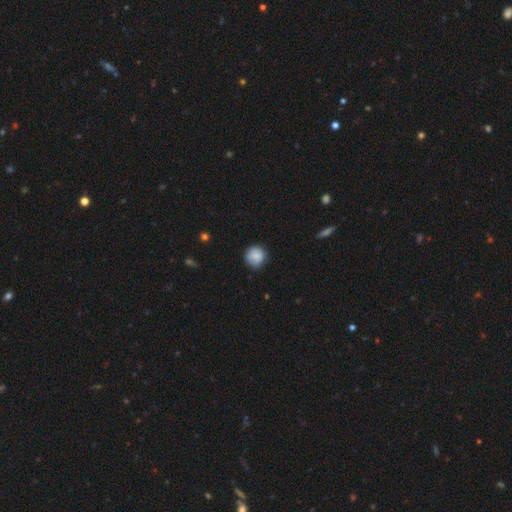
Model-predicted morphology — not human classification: type=smooth (81%); roundness=round (89%); merging=none (71%).